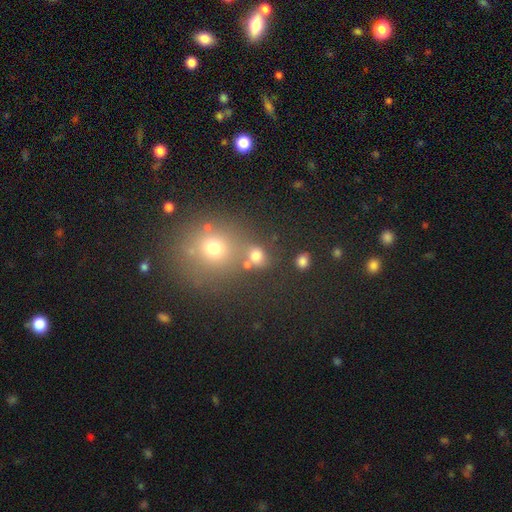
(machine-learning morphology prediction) Smooth or featured? smooth (74%)
How rounded? round (69%)
Merging? none (60%)